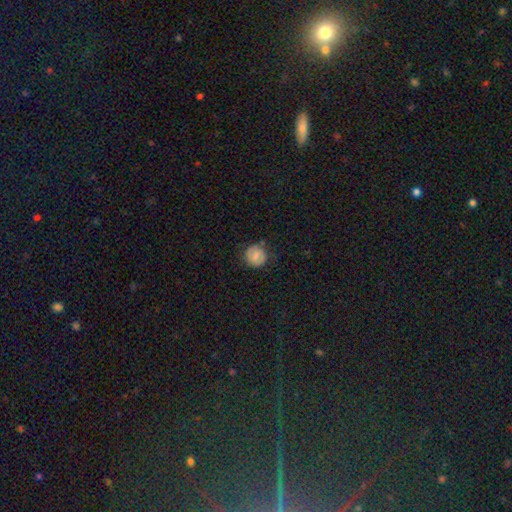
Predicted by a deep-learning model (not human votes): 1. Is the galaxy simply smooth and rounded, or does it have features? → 56% smooth, 35% featured or disk, 9% star or artifact.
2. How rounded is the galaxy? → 87% round, 12% in between, 1% cigar-shaped.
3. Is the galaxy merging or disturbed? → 78% none, 16% minor disturbance, 5% major disturbance, 2% merger.